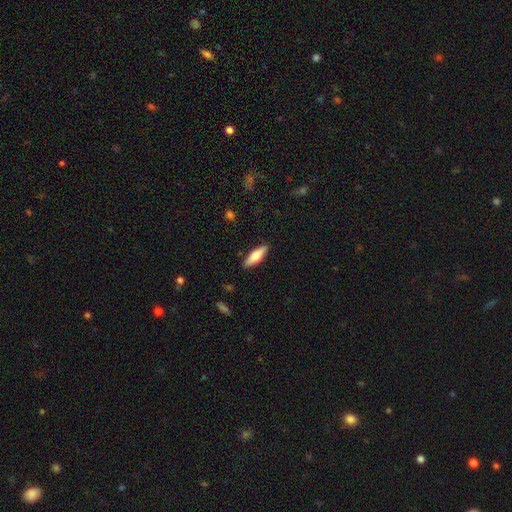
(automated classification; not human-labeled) Smooth or featured? Predicted: smooth (p=0.69). How rounded? Predicted: cigar-shaped (p=0.55). Merging? Predicted: none (p=0.88).